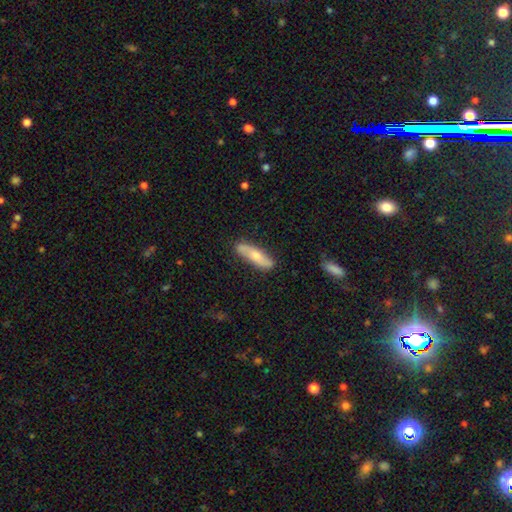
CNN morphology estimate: A smooth galaxy with no disk features (59%) that is cigar-shaped (69%).

Vote fractions:
- Smooth or featured? smooth: 59% / featured or disk: 36% / star or artifact: 5%
- How rounded? cigar-shaped: 69% / in between: 29% / round: 2%
- Merging? none: 82% / minor disturbance: 13% / major disturbance: 2% / merger: 2%